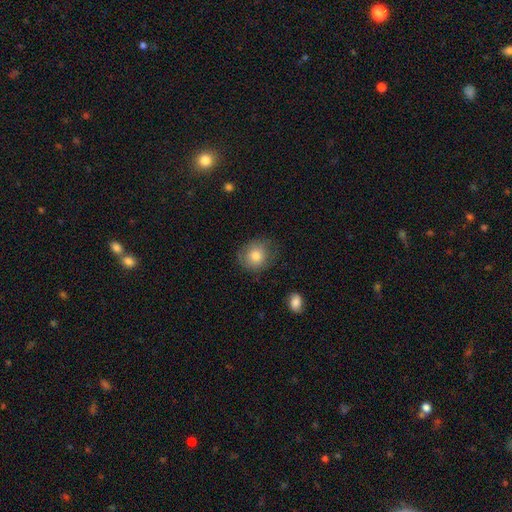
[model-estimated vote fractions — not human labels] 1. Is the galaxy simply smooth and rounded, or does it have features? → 77% smooth, 14% featured or disk, 9% star or artifact.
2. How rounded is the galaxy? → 77% round, 22% in between, 1% cigar-shaped.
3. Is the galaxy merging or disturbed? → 69% none, 22% minor disturbance, 8% major disturbance, 1% merger.